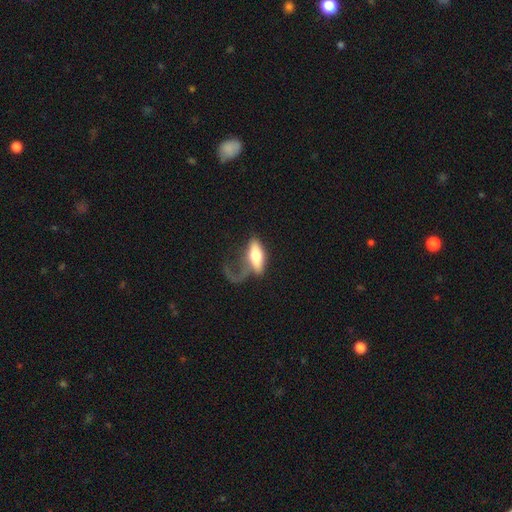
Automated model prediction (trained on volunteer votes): Q: Smooth or featured?
A: smooth (57%); runner-up: featured or disk (37%)
Q: How rounded?
A: in between (67%); runner-up: cigar-shaped (28%)
Q: Merging?
A: major disturbance (55%); runner-up: none (22%)